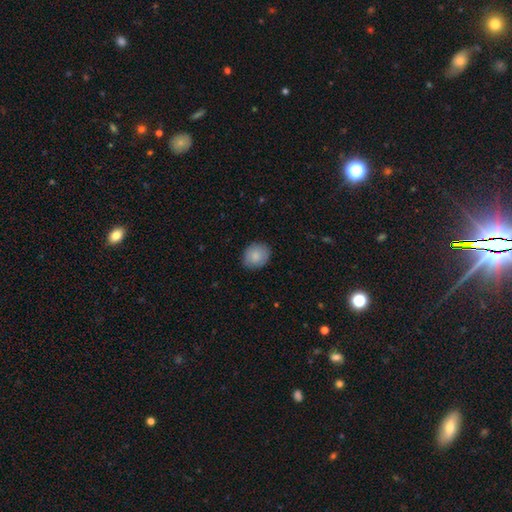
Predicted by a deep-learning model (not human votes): A smooth galaxy with no disk features (85%) that is round (55%). Merging: none (85%).